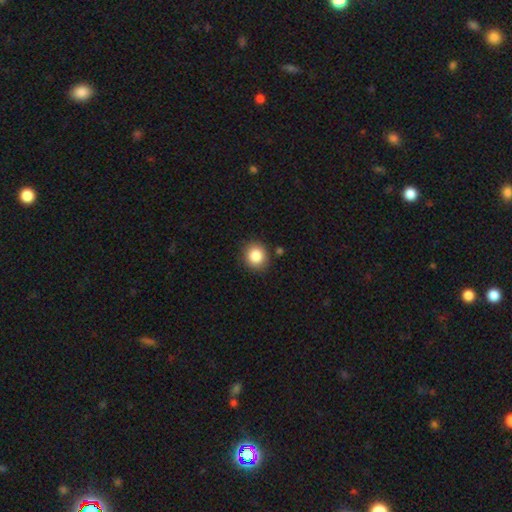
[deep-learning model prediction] This is clearly a smooth galaxy (85%). How rounded: clearly round (84%). Merging: clearly none (86%).